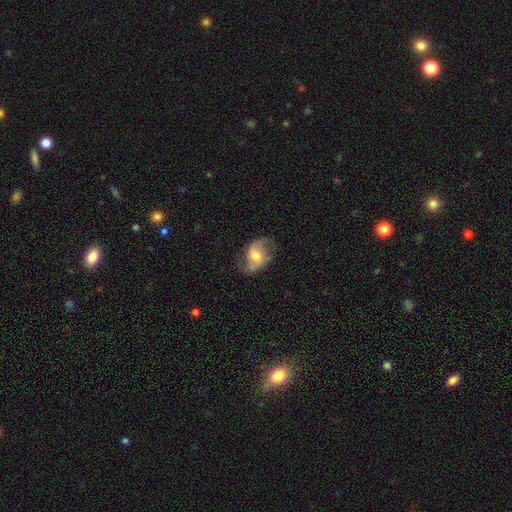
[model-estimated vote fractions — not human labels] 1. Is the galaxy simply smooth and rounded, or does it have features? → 67% featured or disk, 26% smooth, 7% star or artifact.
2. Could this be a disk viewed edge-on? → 96% no, 4% yes.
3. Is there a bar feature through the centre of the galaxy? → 48% no, 38% weak, 14% strong.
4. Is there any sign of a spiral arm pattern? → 88% yes, 12% no.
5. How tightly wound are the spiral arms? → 53% loose, 36% medium, 11% tight.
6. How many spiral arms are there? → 88% 2, 6% can't tell, 4% 1, 1% 3, 1% 4, 1% more than 4.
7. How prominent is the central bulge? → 65% moderate, 23% small, 8% large, 2% none, 1% dominant.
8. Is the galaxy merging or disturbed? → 68% none, 21% minor disturbance, 10% major disturbance, 1% merger.